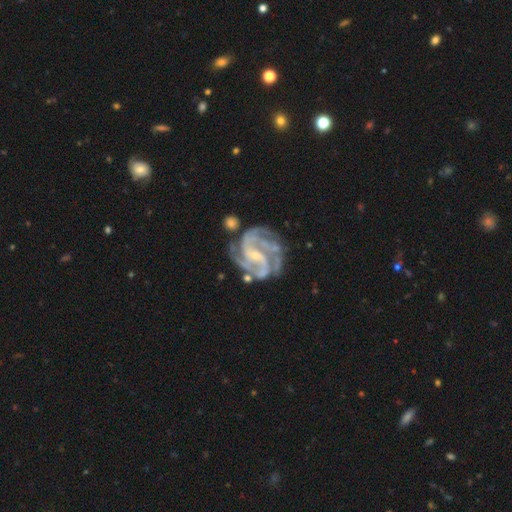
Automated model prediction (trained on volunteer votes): This appears to be a featured or disk galaxy (93%) with a weak bar (40%), 3 (41%) medium (48%) spiral arms (98%) and a small central bulge (77%). Merging: none (64%).